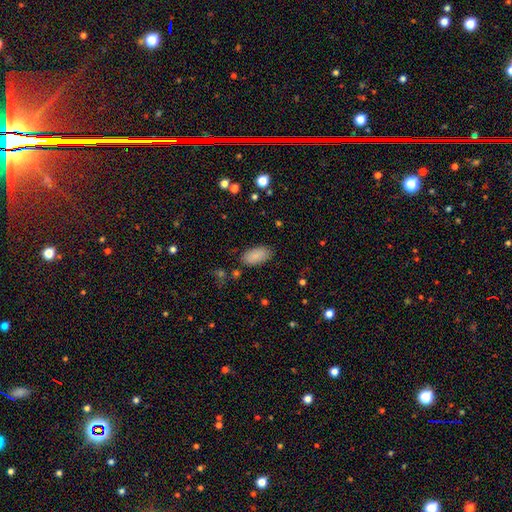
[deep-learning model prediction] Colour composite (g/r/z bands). It shows a smooth galaxy with no disk features (87%) that is in between round and cigar-shaped (94%). Merging: none (83%).